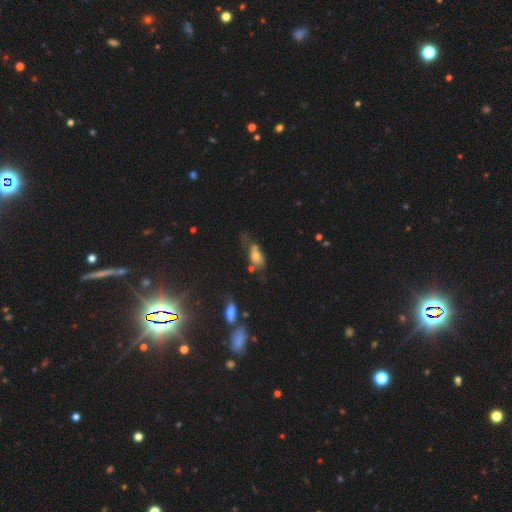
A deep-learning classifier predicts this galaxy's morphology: The model was most divided on "merging": none: 31%, minor disturbance: 26%, major disturbance: 24%, merger: 19%. More confident: how rounded — in between (79%); smooth or featured — smooth (62%).